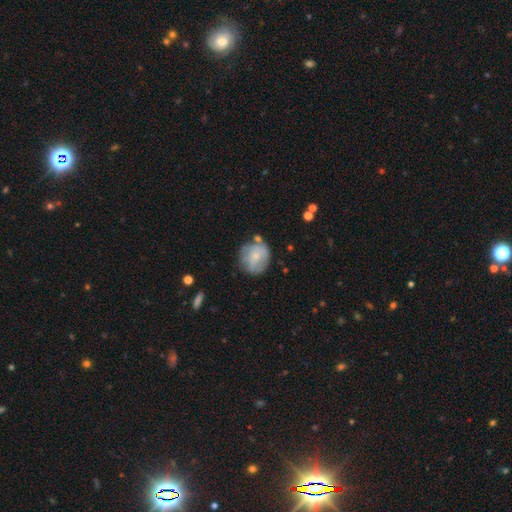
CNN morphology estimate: A smooth galaxy with no disk features (53%) that is round (83%). Merging: none (59%).